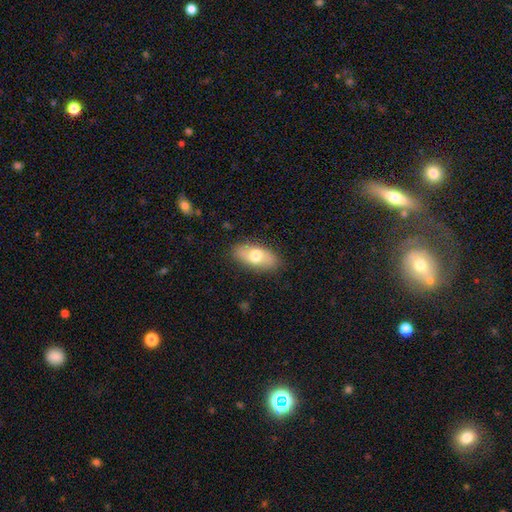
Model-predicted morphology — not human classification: The model was most divided on "smooth or featured": smooth: 67%, featured or disk: 27%, star or artifact: 6%. More confident: how rounded — in between (89%); merging — none (86%).